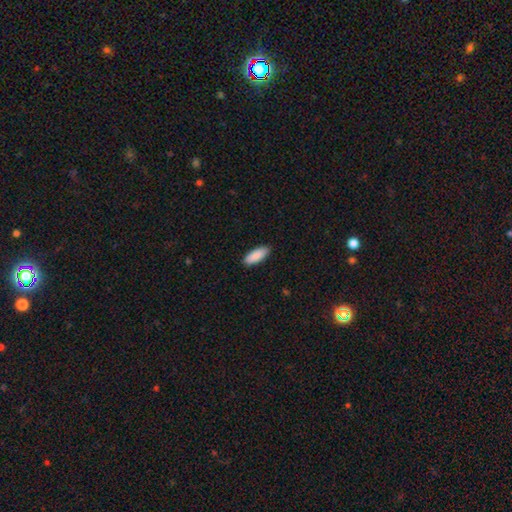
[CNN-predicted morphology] This appears to be a smooth galaxy with no disk features (90%) that is in between round and cigar-shaped (74%). Merging: none (89%).